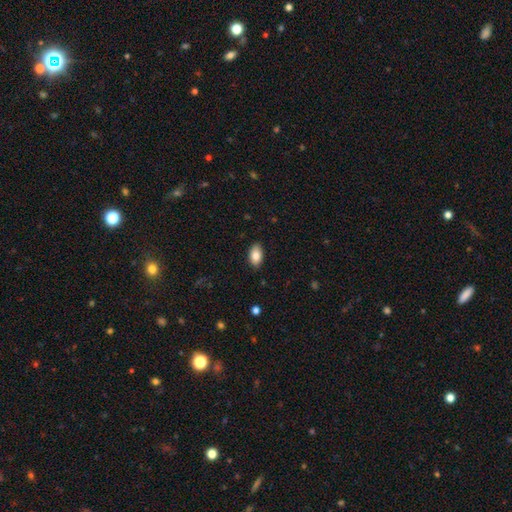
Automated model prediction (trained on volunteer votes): A smooth galaxy with no disk features (83%) that is in between round and cigar-shaped (92%). Merging: none (87%).